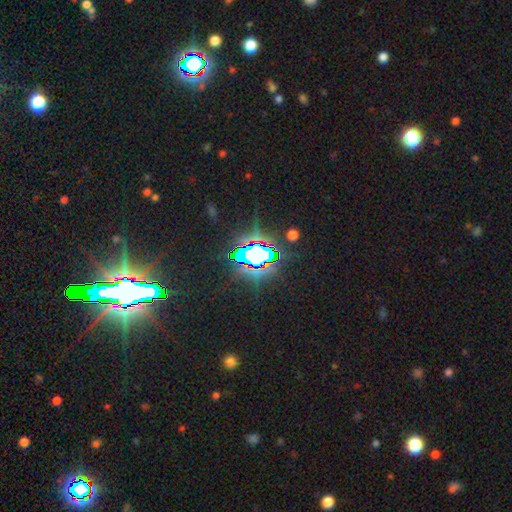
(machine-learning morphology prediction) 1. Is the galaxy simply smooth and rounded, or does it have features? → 74% star or artifact, 14% smooth, 12% featured or disk.